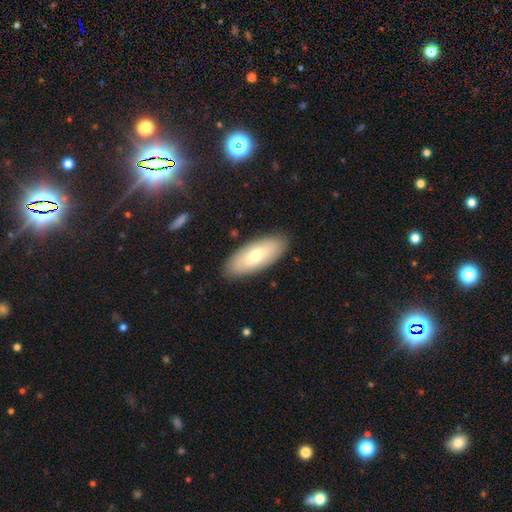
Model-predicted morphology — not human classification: Q: Smooth or featured?
A: smooth (66%); runner-up: featured or disk (27%)
Q: How rounded?
A: in between (81%); runner-up: cigar-shaped (17%)
Q: Merging?
A: none (87%); runner-up: minor disturbance (9%)